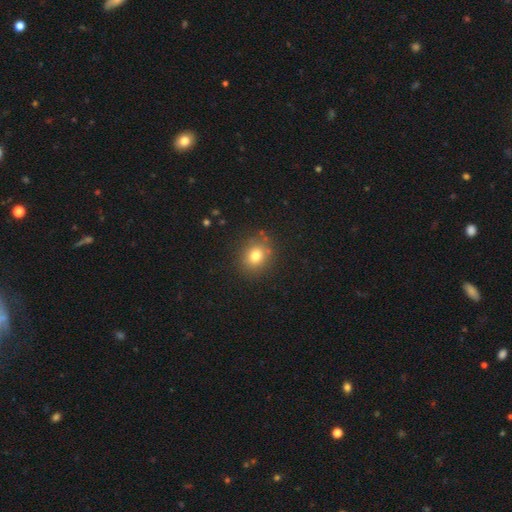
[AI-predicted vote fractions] smooth_or_featured: smooth (p=0.78) [alt: star or artifact p=0.13]
how_rounded: round (p=0.65) [alt: in between p=0.34]
merging: none (p=0.84) [alt: minor disturbance p=0.11]